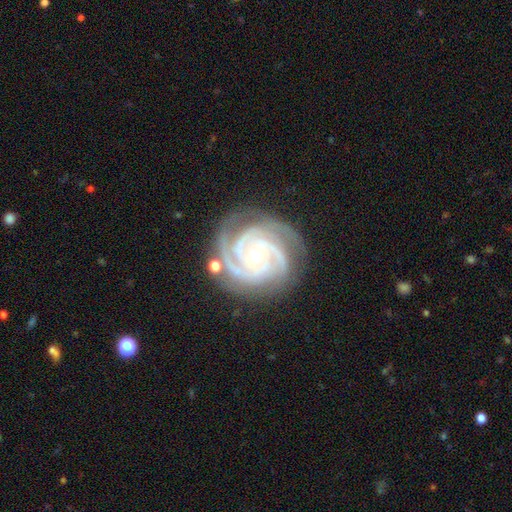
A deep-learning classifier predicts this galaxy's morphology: A featured or disk galaxy (93%) with no bar (70%), 3 (54%) tight (78%) spiral arms (99%) and a small central bulge (58%).

Vote fractions:
- Smooth or featured? featured or disk: 93% / star or artifact: 5% / smooth: 3%
- Edge-on disk? no: 98% / yes: 2%
- Bar? no: 70% / weak: 20% / strong: 9%
- Spiral arms? yes: 99% / no: 1%
- Spiral winding? tight: 78% / medium: 20% / loose: 2%
- Spiral arm count? 3: 54% / 4: 26% / 2: 7% / can't tell: 5% / more than 4: 4% / 1: 4%
- Bulge size? small: 58% / moderate: 40% / large: 1% / none: 1% / dominant: 1%
- Merging? none: 80% / minor disturbance: 14% / major disturbance: 4% / merger: 2%